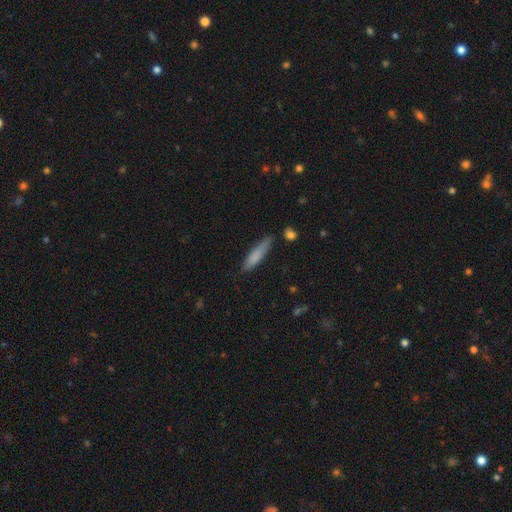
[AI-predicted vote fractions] Smooth or featured? Predicted: smooth (p=0.79). How rounded? Predicted: cigar-shaped (p=0.79). Merging? Predicted: none (p=0.72).